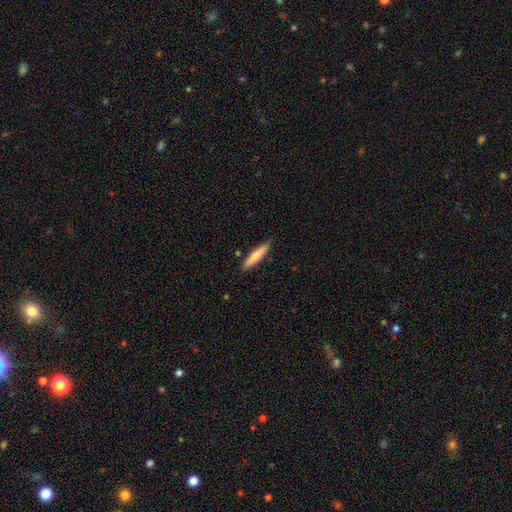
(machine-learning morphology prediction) A smooth galaxy with no disk features (75%) that is cigar-shaped (88%).

Vote fractions:
- Smooth or featured? smooth: 75% / featured or disk: 20% / star or artifact: 5%
- How rounded? cigar-shaped: 88% / in between: 11% / round: 1%
- Merging? none: 88% / minor disturbance: 9% / major disturbance: 2% / merger: 2%